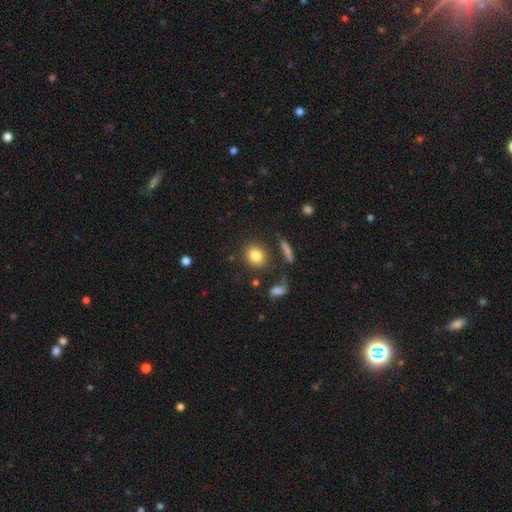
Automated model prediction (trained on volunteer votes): Overall: smooth (82%). How rounded: round (76%). Merging: none (82%).